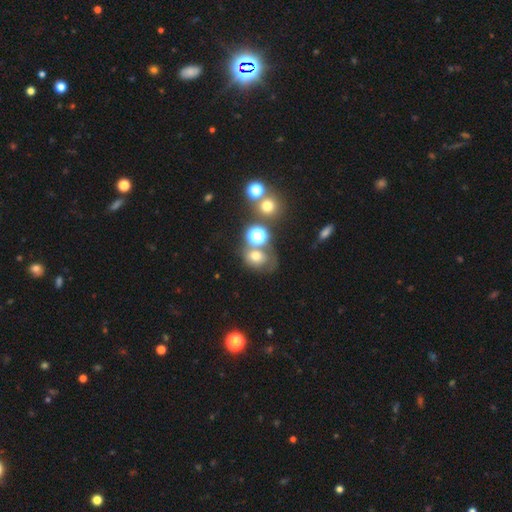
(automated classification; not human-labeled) A smooth galaxy with no disk features (63%) that is round (58%). Merging: none (48%).